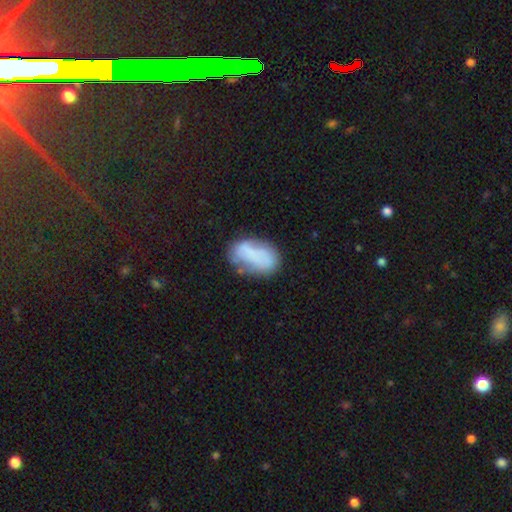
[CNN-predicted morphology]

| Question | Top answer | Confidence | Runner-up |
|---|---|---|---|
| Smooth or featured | smooth | 59% | featured or disk (32%) |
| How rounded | in between | 90% | round (7%) |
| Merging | none | 51% | minor disturbance (29%) |